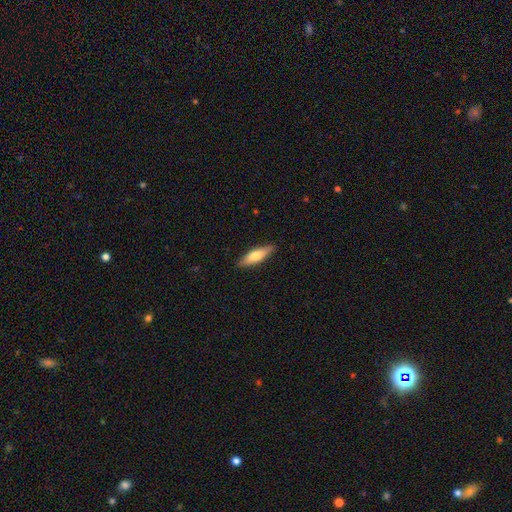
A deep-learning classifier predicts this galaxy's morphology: This appears to be a smooth galaxy with no disk features (64%) that is cigar-shaped (59%). Merging: none (87%).